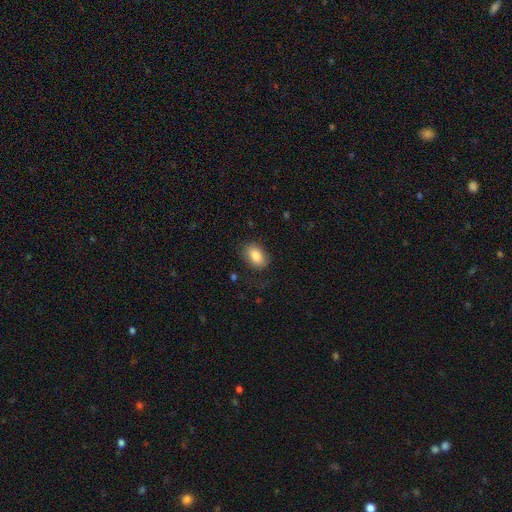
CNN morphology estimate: smooth_or_featured: smooth (p=0.84) [alt: featured or disk p=0.09]
how_rounded: in between (p=0.82) [alt: round p=0.16]
merging: none (p=0.80) [alt: minor disturbance p=0.14]